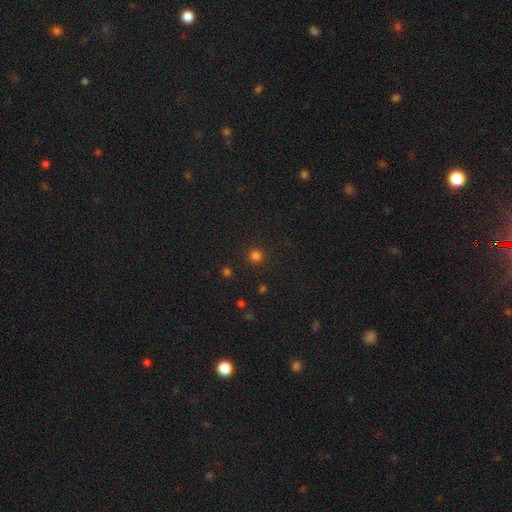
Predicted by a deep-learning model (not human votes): Morphology: type=smooth (78%); roundness=round (95%); merging=none (91%).